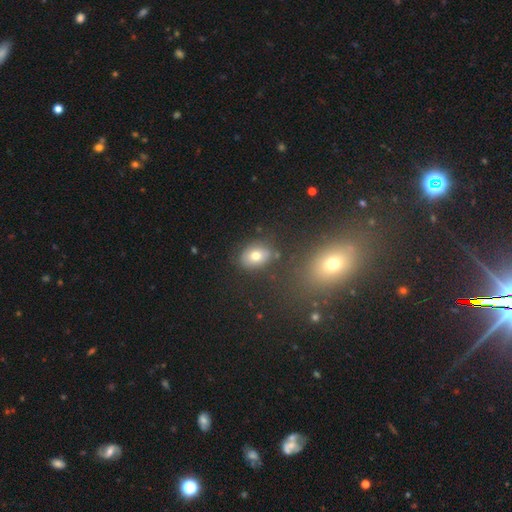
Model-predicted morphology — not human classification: This appears to be a smooth galaxy with no disk features (71%) that is in between round and cigar-shaped (68%). Merging: none (78%).